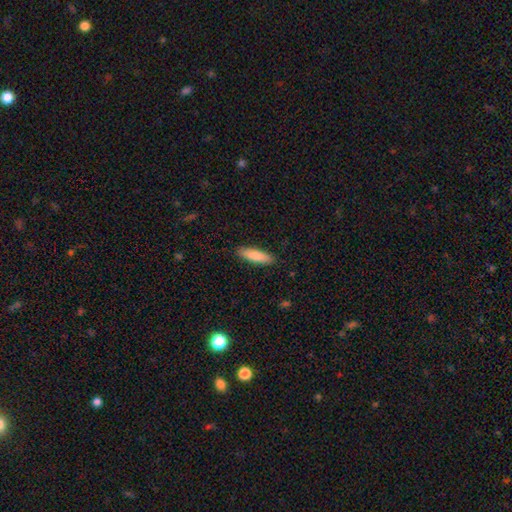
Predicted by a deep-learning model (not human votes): Morphology: type=smooth (85%); roundness=cigar-shaped (66%); merging=none (90%).